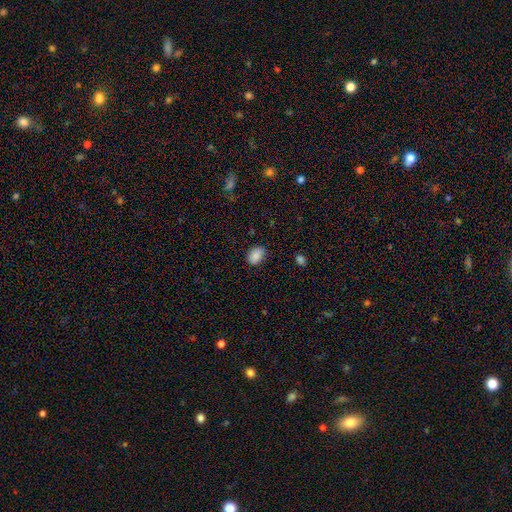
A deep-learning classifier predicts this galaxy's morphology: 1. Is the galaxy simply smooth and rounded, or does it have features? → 87% smooth, 8% star or artifact, 5% featured or disk.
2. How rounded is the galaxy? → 83% in between, 16% round, 1% cigar-shaped.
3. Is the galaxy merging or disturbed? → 78% none, 17% minor disturbance, 3% major disturbance, 1% merger.